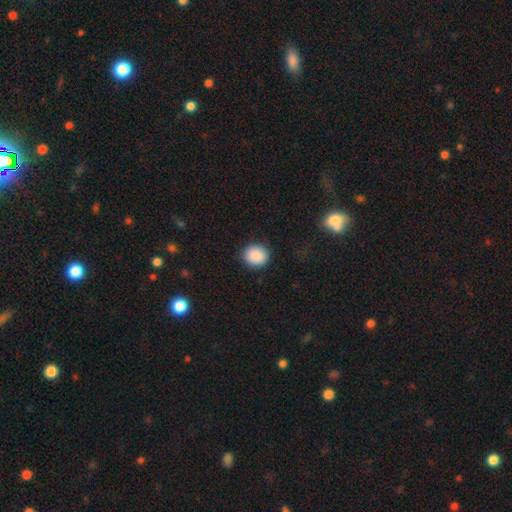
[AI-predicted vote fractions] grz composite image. It shows a smooth galaxy with no disk features (89%) that is round (84%). Merging: none (89%).